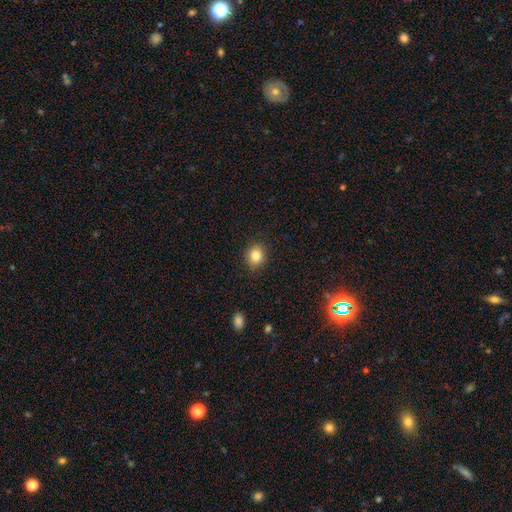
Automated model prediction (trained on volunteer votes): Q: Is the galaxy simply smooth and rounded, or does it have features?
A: smooth — 83%.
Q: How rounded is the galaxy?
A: round — 74%.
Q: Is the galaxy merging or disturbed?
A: none — 89%.